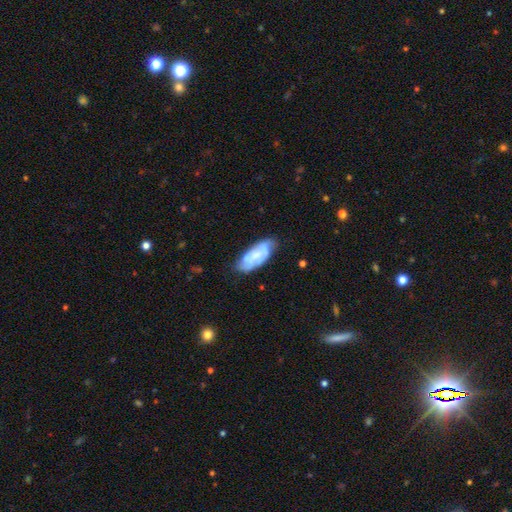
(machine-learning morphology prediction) Smooth or featured? Predicted: featured or disk (p=0.49). Merging? Predicted: none (p=0.63).